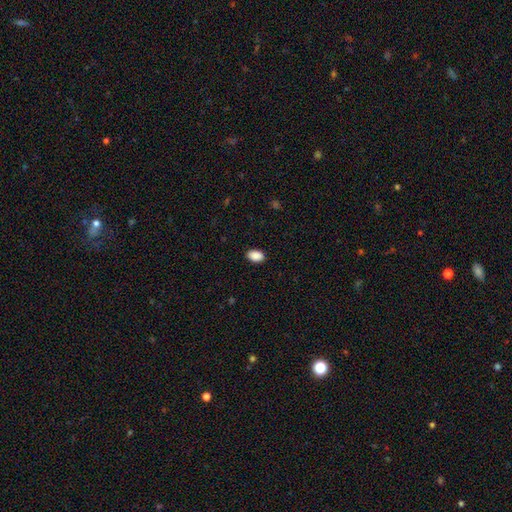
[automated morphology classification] The model was most divided on "how rounded": in between: 89%, round: 10%, cigar-shaped: 1%. More confident: smooth or featured — smooth (90%); merging — none (89%).